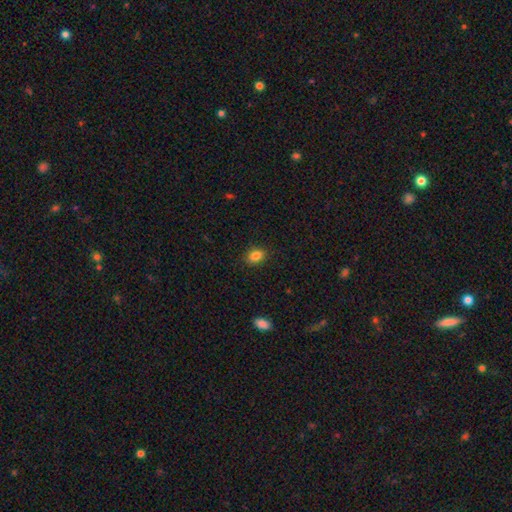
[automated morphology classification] Smooth or featured? Predicted: smooth (p=0.85). How rounded? Predicted: in between (p=0.73). Merging? Predicted: none (p=0.88).